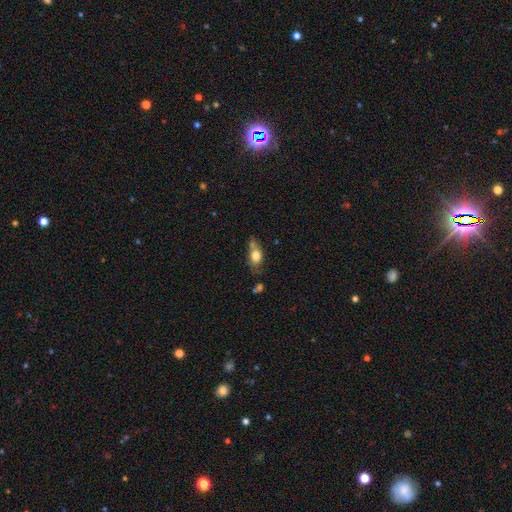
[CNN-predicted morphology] Smooth or featured? smooth (73%)
How rounded? in between (68%)
Merging? none (41%)